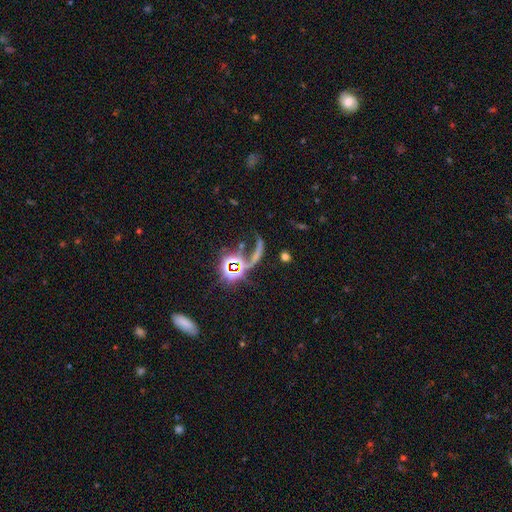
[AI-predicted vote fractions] Overall: star or artifact (54%; featured or disk 26%).